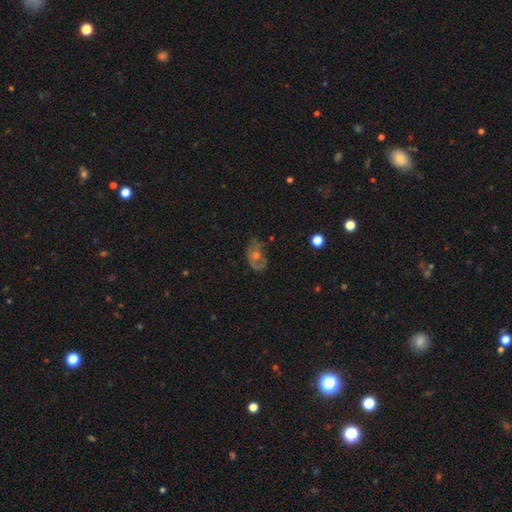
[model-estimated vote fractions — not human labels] This is possibly a featured or disk galaxy (56%). It is clearly not viewed edge-on (93%). Bar: clearly no (86%). Spiral arm pattern: possibly yes (52%). Central bulge: possibly moderate (56%). Merging: possibly none (55%).